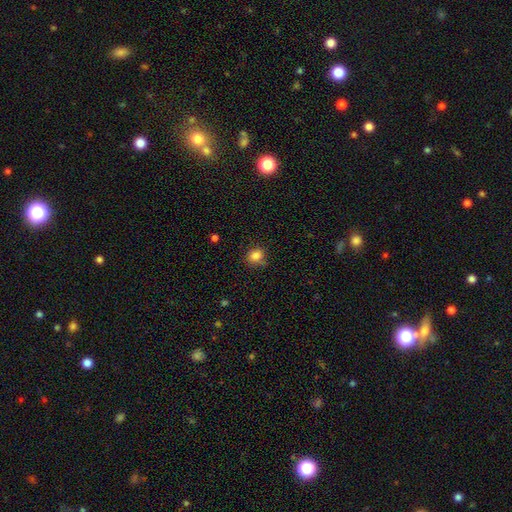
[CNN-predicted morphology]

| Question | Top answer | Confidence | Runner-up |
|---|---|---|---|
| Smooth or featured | smooth | 83% | star or artifact (12%) |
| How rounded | round | 76% | in between (24%) |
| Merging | none | 73% | minor disturbance (20%) |